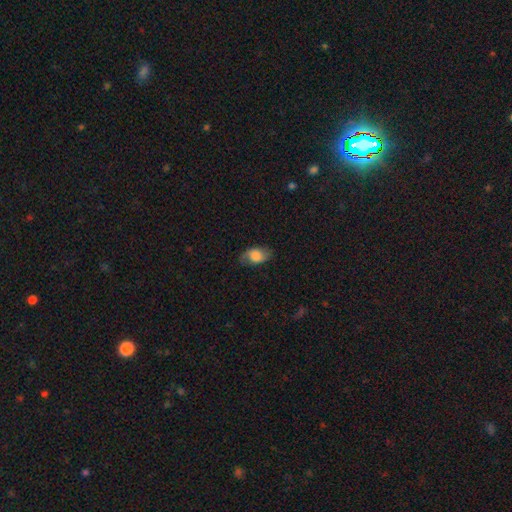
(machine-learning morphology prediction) This appears to be a smooth galaxy with no disk features (66%) that is in between round and cigar-shaped (85%). Merging: none (69%).